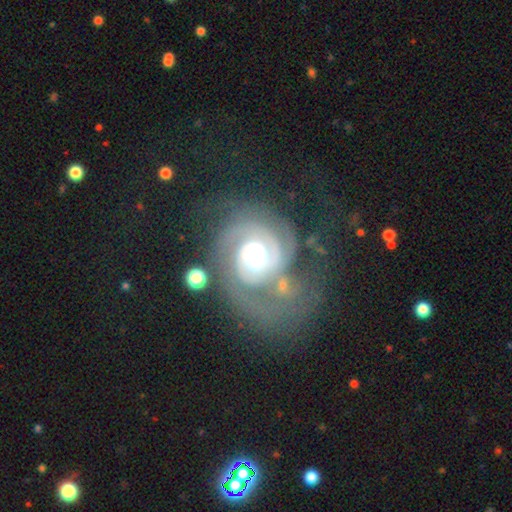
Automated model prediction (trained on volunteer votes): smooth_or_featured: featured or disk (p=0.89) [alt: smooth p=0.06]
disk_edge_on: no (p=0.98) [alt: yes p=0.02]
bar: no (p=0.51) [alt: weak p=0.36]
has_spiral_arms: yes (p=0.97) [alt: no p=0.03]
spiral_winding: tight (p=0.60) [alt: medium p=0.33]
spiral_arm_count: 2 (p=0.65) [alt: 3 p=0.11]
bulge_size: moderate (p=0.58) [alt: large p=0.32]
merging: none (p=0.48) [alt: major disturbance p=0.26]